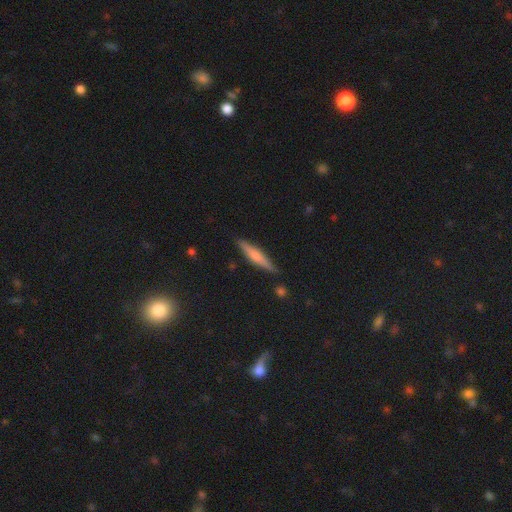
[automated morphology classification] This is possibly a featured or disk galaxy (48%). Merging: clearly none (88%).